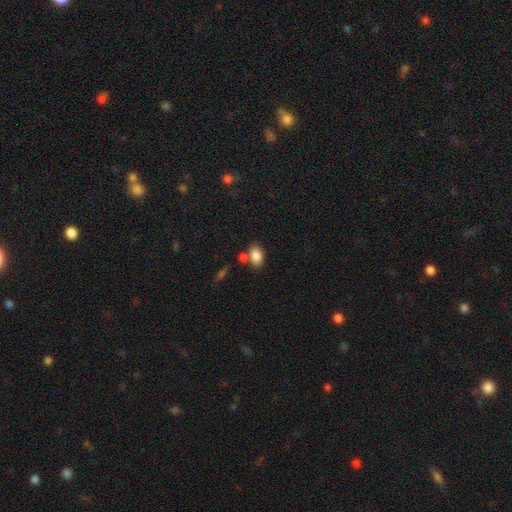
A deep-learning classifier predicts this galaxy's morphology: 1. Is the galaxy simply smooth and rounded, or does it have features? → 85% smooth, 8% star or artifact, 7% featured or disk.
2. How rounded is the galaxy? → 85% in between, 14% round, 1% cigar-shaped.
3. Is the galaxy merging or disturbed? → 64% none, 19% merger, 13% minor disturbance, 4% major disturbance.